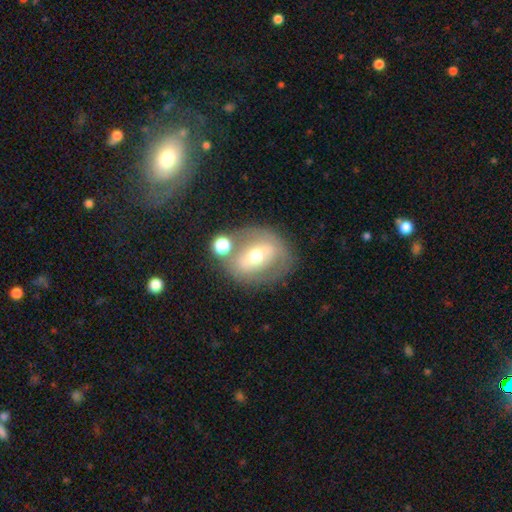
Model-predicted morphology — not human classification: A featured or disk galaxy (57%) with a strong bar (43%), no spiral arms (68%) and a moderate central bulge (64%). Merging: none (60%).